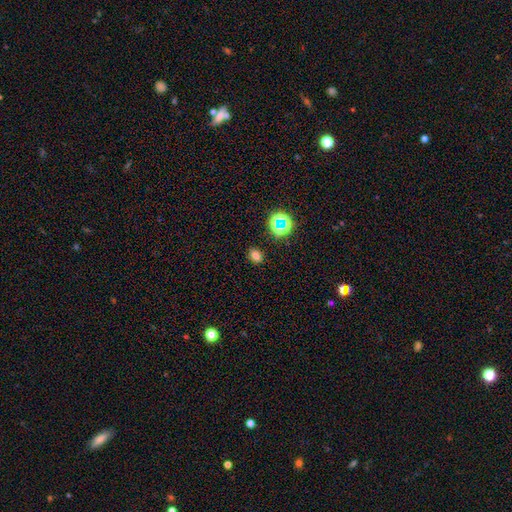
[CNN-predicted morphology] The model was most divided on "how rounded": in between: 65%, round: 33%, cigar-shaped: 2%. More confident: merging — none (86%); smooth or featured — smooth (71%).